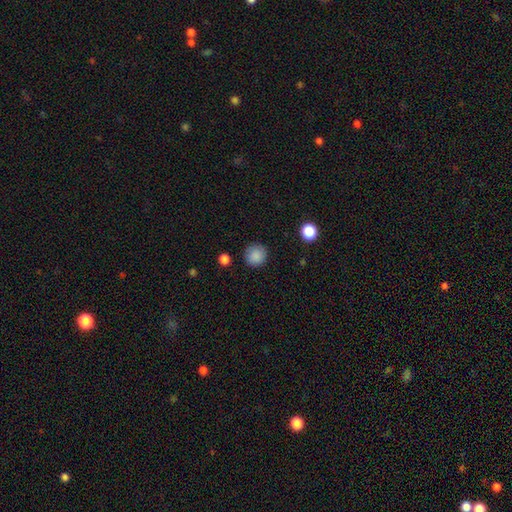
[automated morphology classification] Smooth or featured? smooth (87%)
How rounded? round (91%)
Merging? none (88%)